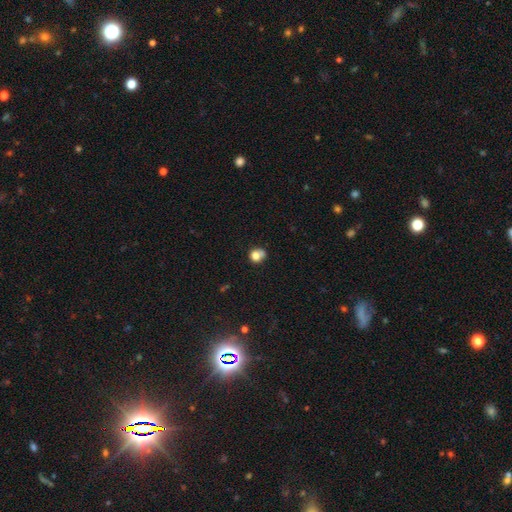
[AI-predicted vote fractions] Smooth or featured? Predicted: smooth (p=0.77). How rounded? Predicted: round (p=0.73). Merging? Predicted: none (p=0.48).